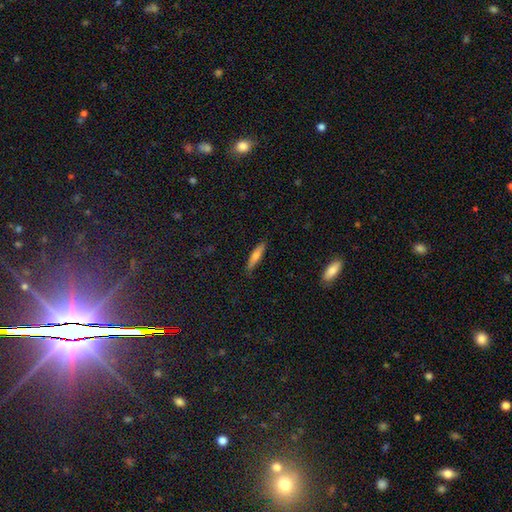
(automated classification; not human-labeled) A smooth galaxy with no disk features (70%) that is cigar-shaped (79%). Merging: none (84%).